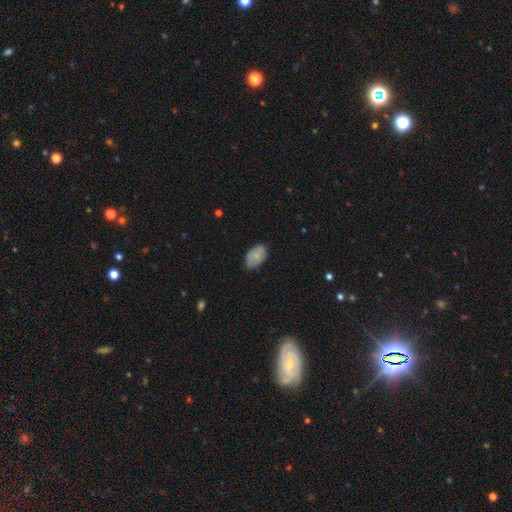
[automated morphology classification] Overall: smooth (77%). How rounded: in between (91%). Merging: none (68%).